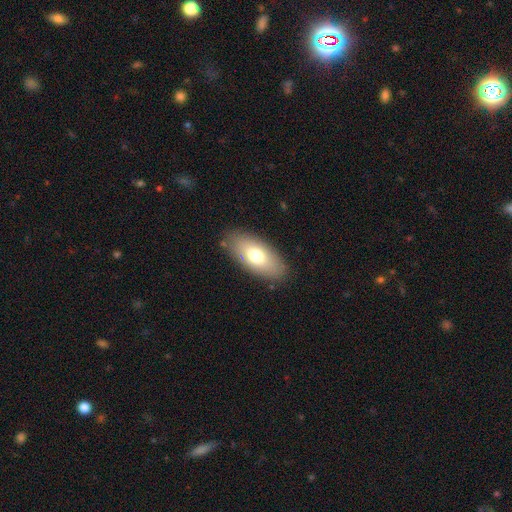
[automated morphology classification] smooth-or-featured: smooth: 71% | featured or disk: 22% | star or artifact: 7%
  how-rounded: in between: 90% | cigar-shaped: 7% | round: 3%
  merging: none: 84% | minor disturbance: 11% | major disturbance: 3% | merger: 1%